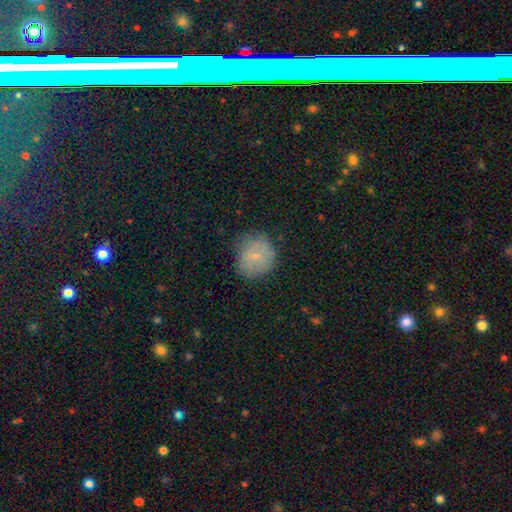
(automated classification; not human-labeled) Smooth or featured? Predicted: smooth (p=0.68). How rounded? Predicted: round (p=0.81). Merging? Predicted: none (p=0.73).